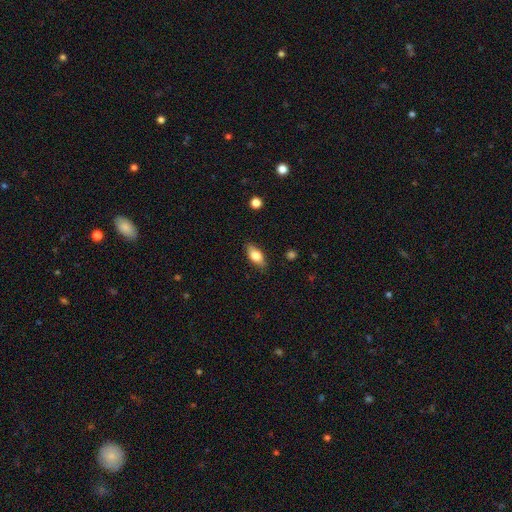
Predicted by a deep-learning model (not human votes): A smooth galaxy with no disk features (74%) that is in between round and cigar-shaped (83%). Merging: none (85%).